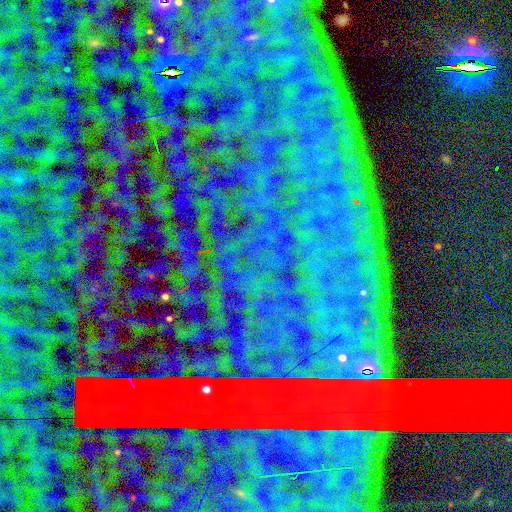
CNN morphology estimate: Smooth or featured?
  - star or artifact: 88% *
  - featured or disk: 7%
  - smooth: 6%